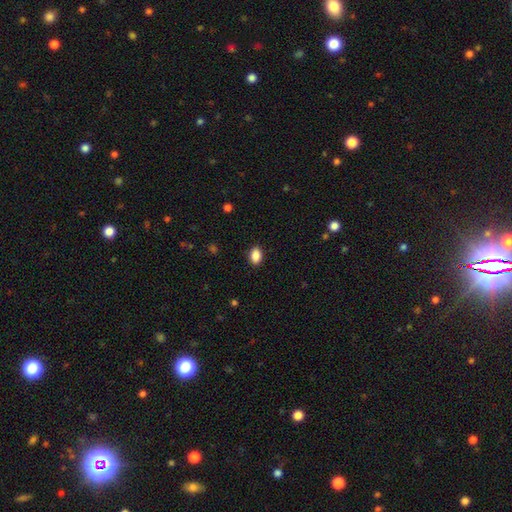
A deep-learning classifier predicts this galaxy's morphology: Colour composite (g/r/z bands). It shows a smooth galaxy with no disk features (88%) that is in between round and cigar-shaped (85%). Merging: none (89%).